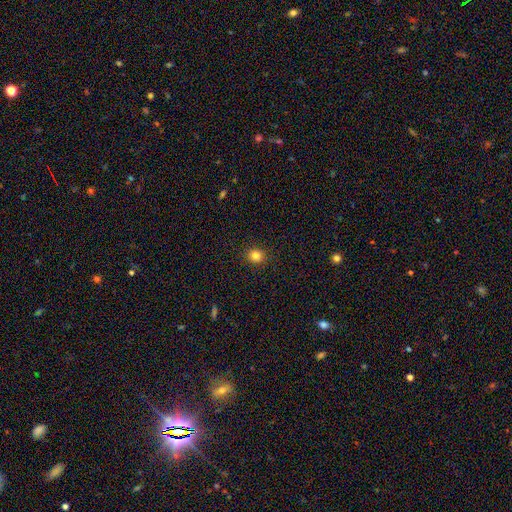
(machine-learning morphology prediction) Smooth or featured: smooth — 83% (star or artifact — 12%)
How rounded: round — 79% (in between — 20%)
Merging: none — 91% (minor disturbance — 6%)